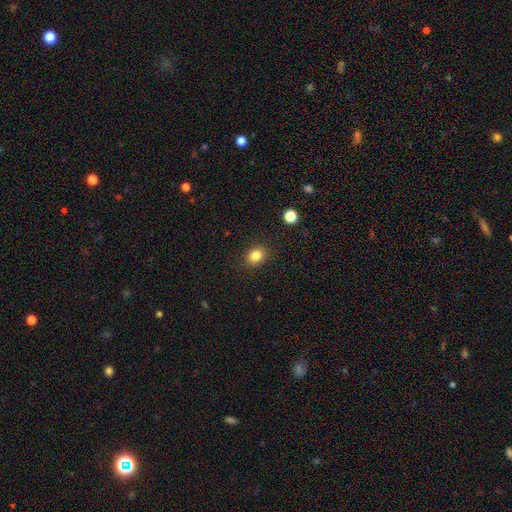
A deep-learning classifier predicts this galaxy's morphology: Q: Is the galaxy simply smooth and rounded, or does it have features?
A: smooth — 83%.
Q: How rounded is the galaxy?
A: round — 50%.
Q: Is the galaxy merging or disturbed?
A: none — 88%.